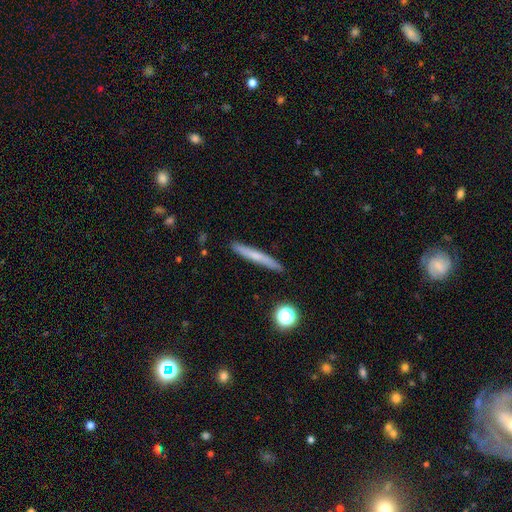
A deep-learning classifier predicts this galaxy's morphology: smooth_or_featured: smooth (p=0.57) [alt: featured or disk p=0.36]
how_rounded: cigar-shaped (p=0.95) [alt: in between p=0.03]
merging: none (p=0.89) [alt: minor disturbance p=0.08]